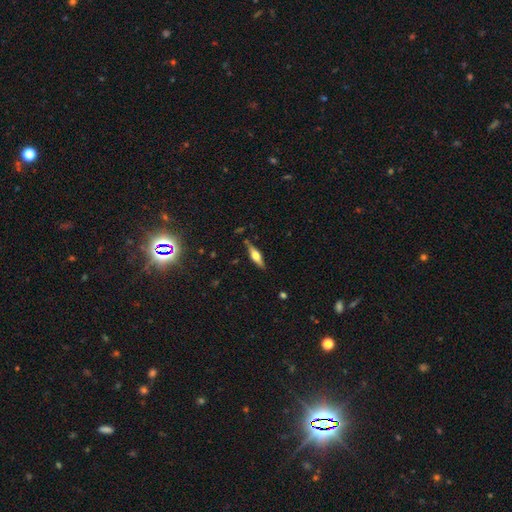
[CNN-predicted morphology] featured or disk 61%, smooth 32%, star or artifact 7%. Down the decision tree: edge-on disk — yes (95%); edge-on bulge — rounded (91%); merging — none (84%).